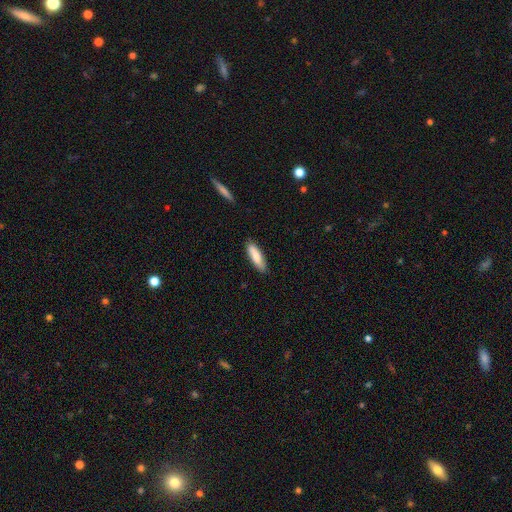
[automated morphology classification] The model was most divided on "how rounded": cigar-shaped: 55%, in between: 43%, round: 1%. More confident: merging — none (87%); smooth or featured — smooth (81%).